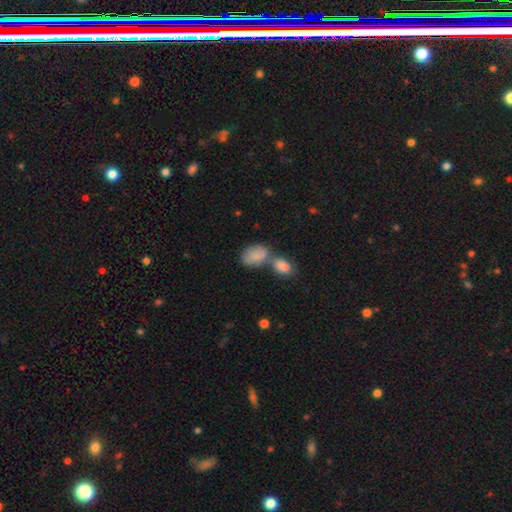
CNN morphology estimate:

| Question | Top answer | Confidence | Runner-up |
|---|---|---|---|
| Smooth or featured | smooth | 70% | featured or disk (22%) |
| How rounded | in between | 81% | round (18%) |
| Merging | merger | 46% | none (33%) |